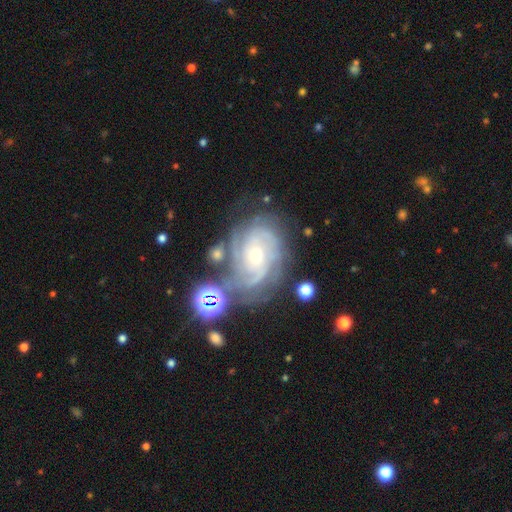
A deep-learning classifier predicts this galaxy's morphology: The model was most divided on "spiral arm count": can't tell: 27%, 3: 24%, 4: 22%, 2: 13%, more than 4: 9%, 1: 6%. More confident: edge-on disk — no (97%); spiral arms — yes (97%); smooth or featured — featured or disk (86%); bar — no (69%); spiral winding — tight (67%); merging — none (61%); bulge size — small (54%).